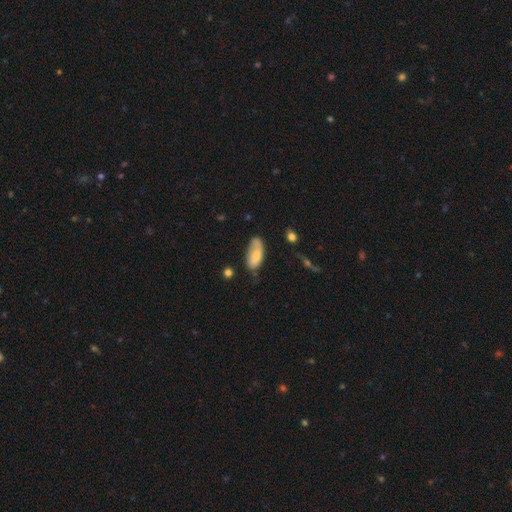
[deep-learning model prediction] A smooth galaxy with no disk features (73%) that is in between round and cigar-shaped (89%). Merging: none (49%).